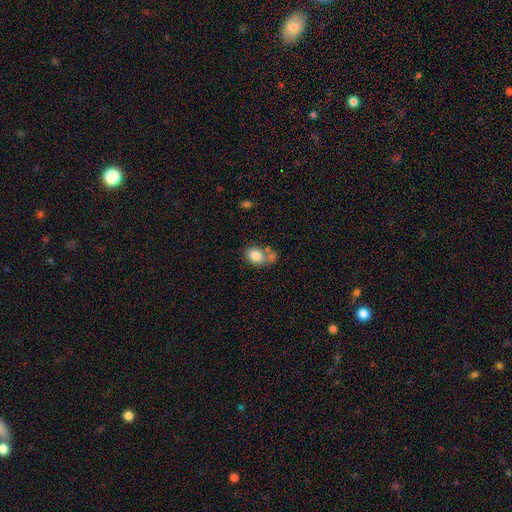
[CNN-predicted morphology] This appears to be a smooth galaxy with no disk features (81%) that is in between round and cigar-shaped (65%). Merging: none (45%).